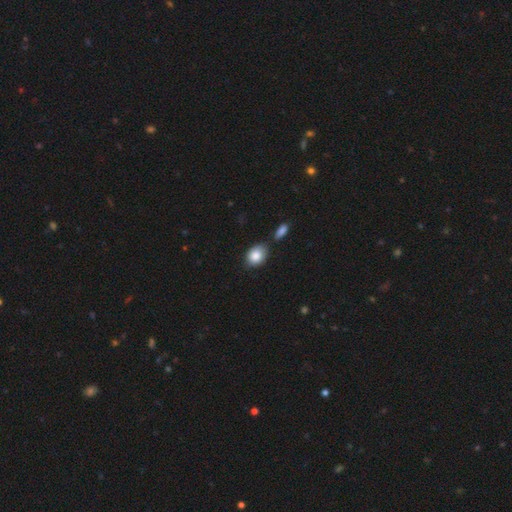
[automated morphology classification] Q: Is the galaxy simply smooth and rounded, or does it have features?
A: smooth — 85%.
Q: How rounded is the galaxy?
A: in between — 69%.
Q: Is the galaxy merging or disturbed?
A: none — 61%.